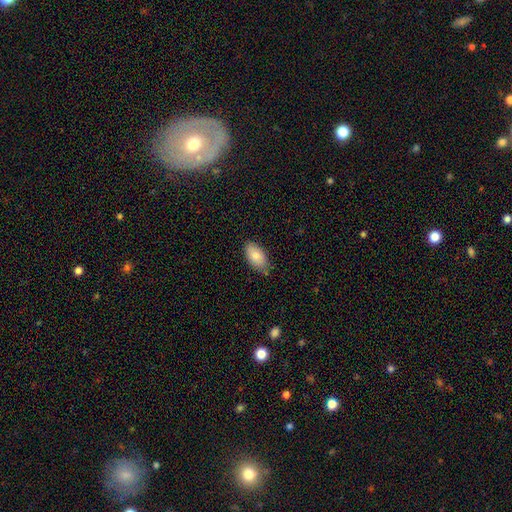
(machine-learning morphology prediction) Smooth or featured?
  - smooth: 81% *
  - featured or disk: 12%
  - star or artifact: 7%
How rounded?
  - in between: 94% *
  - round: 4%
  - cigar-shaped: 2%
Merging?
  - none: 77% *
  - minor disturbance: 18%
  - major disturbance: 3%
  - merger: 2%